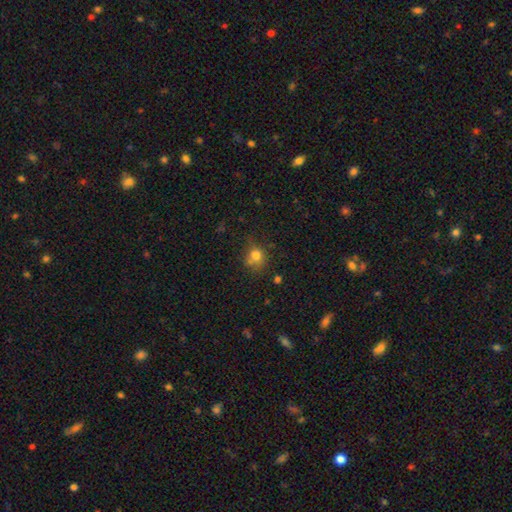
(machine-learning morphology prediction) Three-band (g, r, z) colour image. It shows a smooth galaxy with no disk features (77%) that is round (79%). Merging: none (62%).